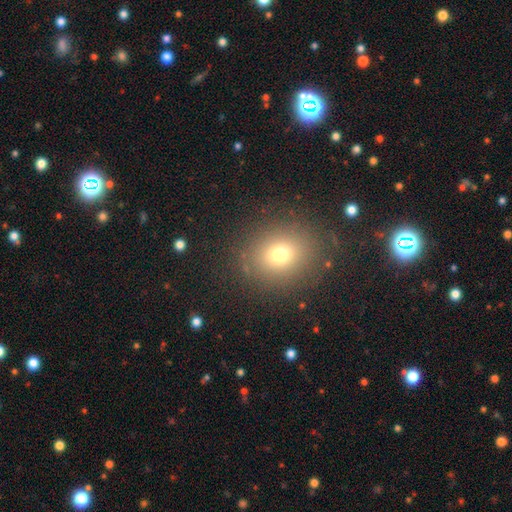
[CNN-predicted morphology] A smooth galaxy with no disk features (63%) that is round (56%). Merging: none (88%).